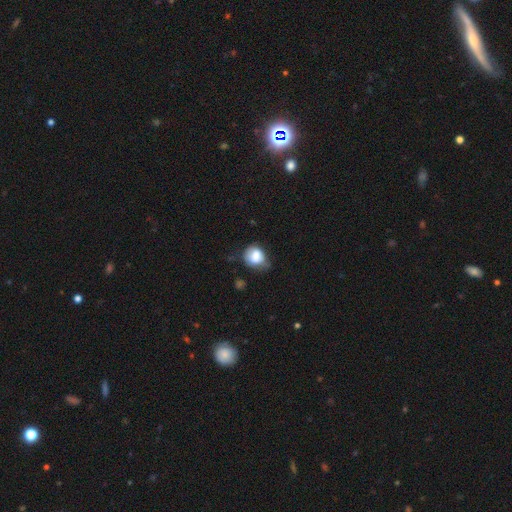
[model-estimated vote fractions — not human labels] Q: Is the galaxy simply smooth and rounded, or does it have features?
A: smooth — 77%.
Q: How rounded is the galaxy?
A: round — 55%.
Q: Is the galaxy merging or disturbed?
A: none — 41%.